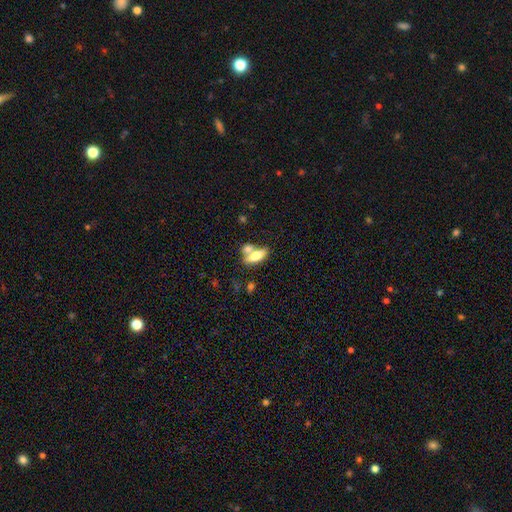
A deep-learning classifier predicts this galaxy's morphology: smooth-or-featured: smooth: 72% | featured or disk: 21% | star or artifact: 7%
  how-rounded: in between: 74% | cigar-shaped: 22% | round: 4%
  merging: none: 43% | merger: 41% | minor disturbance: 11% | major disturbance: 5%